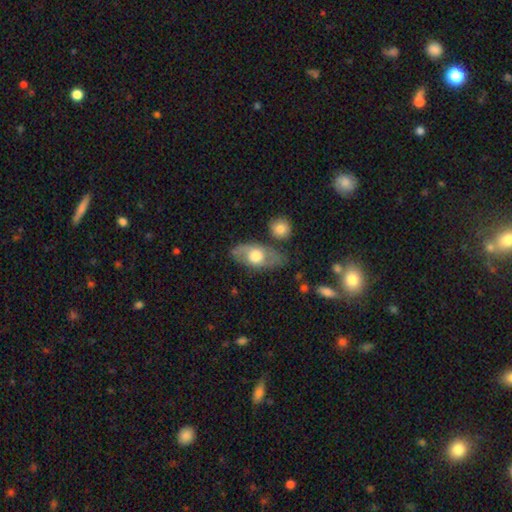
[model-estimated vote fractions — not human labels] A smooth galaxy with no disk features (50%) that is in between round and cigar-shaped (83%). Merging: none (67%).